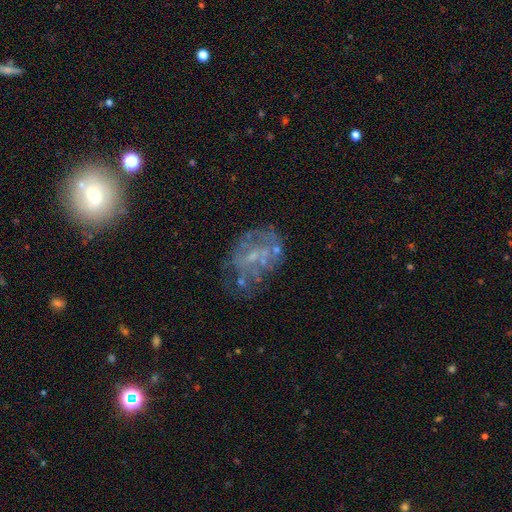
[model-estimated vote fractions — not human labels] The model was most divided on "bulge size": small: 43%, none: 39%, moderate: 16%, large: 1%, dominant: 1%. Remaining: edge-on disk — no (98%); bar — no (71%); spiral arms — no (68%); smooth or featured — featured or disk (65%); merging — none (45%).